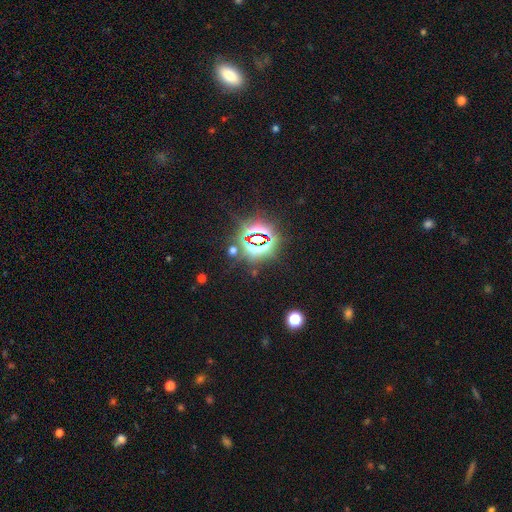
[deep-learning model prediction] Smooth or featured?
  - star or artifact: 81% *
  - smooth: 12%
  - featured or disk: 7%